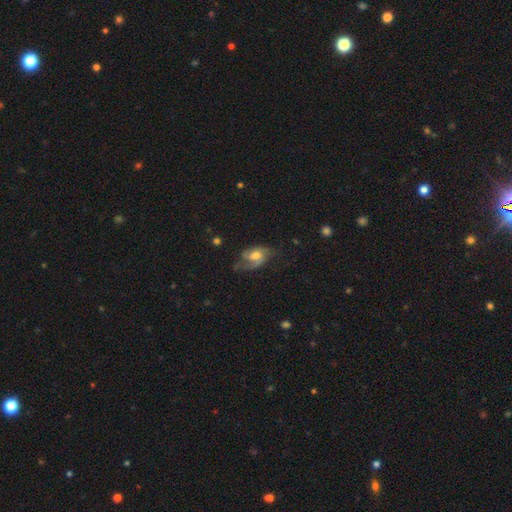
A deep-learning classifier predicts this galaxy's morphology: Smooth or featured: featured or disk — 61% (smooth — 31%)
Edge-on disk: no — 95% (yes — 5%)
Bar: no — 58% (weak — 34%)
Spiral arms: yes — 83% (no — 17%)
Bulge size: moderate — 59% (large — 20%)
Merging: none — 41% (major disturbance — 29%)